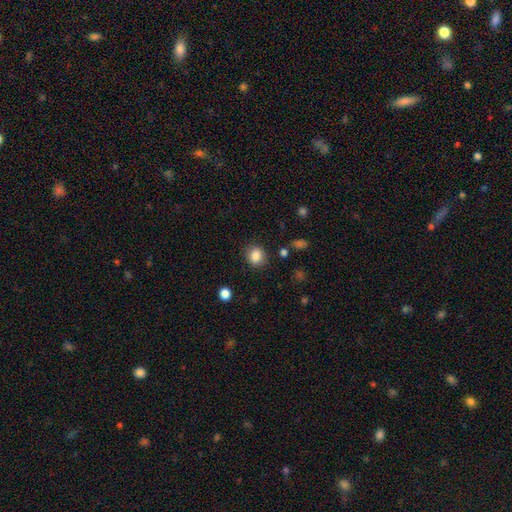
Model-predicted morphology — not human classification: smooth_or_featured: smooth (p=0.84) [alt: star or artifact p=0.10]
how_rounded: round (p=0.69) [alt: in between p=0.30]
merging: none (p=0.85) [alt: minor disturbance p=0.10]